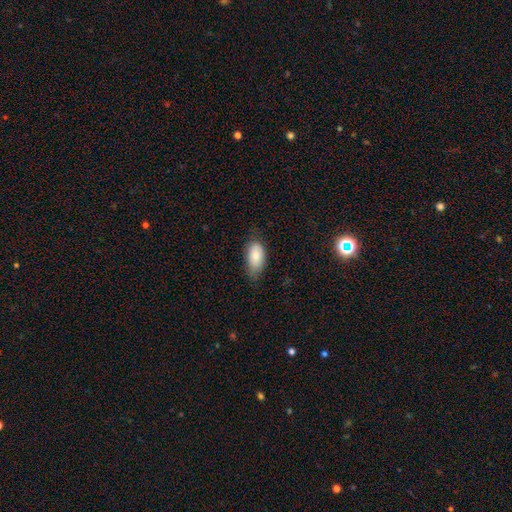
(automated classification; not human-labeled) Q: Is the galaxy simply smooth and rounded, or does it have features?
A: smooth — 84%.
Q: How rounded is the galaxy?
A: in between — 94%.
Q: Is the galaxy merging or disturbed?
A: none — 64%.